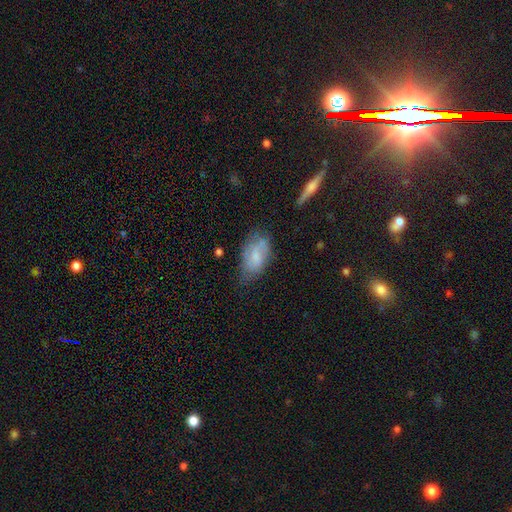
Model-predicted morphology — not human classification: Smooth or featured: smooth — 62% (featured or disk — 30%)
How rounded: in between — 91% (round — 5%)
Merging: none — 54% (minor disturbance — 33%)